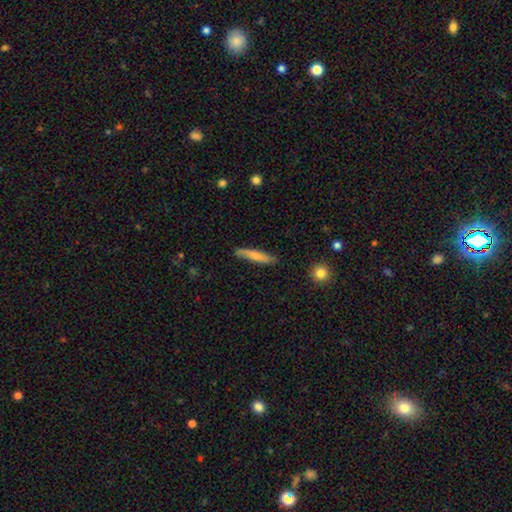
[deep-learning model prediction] Smooth or featured?
  - smooth: 68% *
  - featured or disk: 26%
  - star or artifact: 6%
How rounded?
  - cigar-shaped: 88% *
  - in between: 10%
  - round: 2%
Merging?
  - none: 79% *
  - minor disturbance: 16%
  - major disturbance: 3%
  - merger: 2%